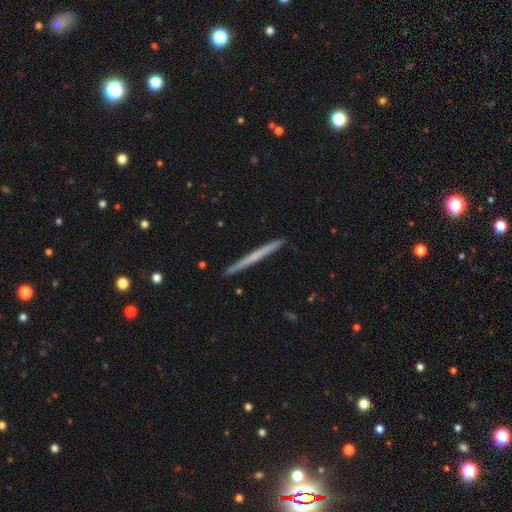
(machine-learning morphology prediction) smooth_or_featured: featured or disk (p=0.50) [alt: smooth p=0.44]
disk_edge_on: yes (p=0.98) [alt: no p=0.02]
merging: none (p=0.92) [alt: minor disturbance p=0.06]